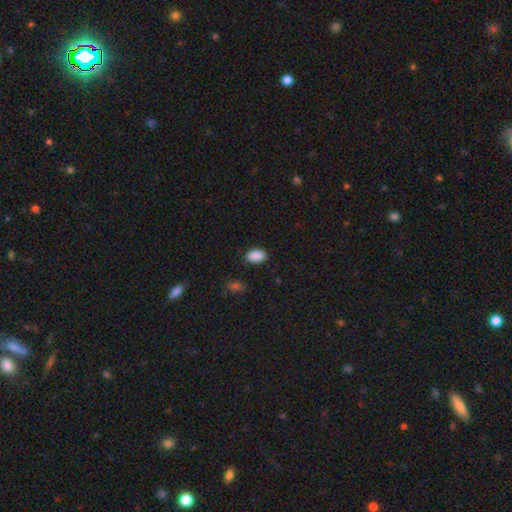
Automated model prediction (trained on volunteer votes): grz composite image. It shows a smooth galaxy with no disk features (89%) that is in between round and cigar-shaped (90%). Merging: none (85%).